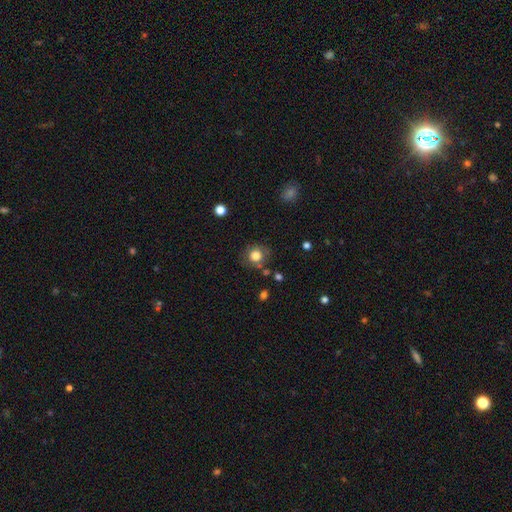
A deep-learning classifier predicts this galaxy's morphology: Smooth or featured?
  - smooth: 80% *
  - star or artifact: 11%
  - featured or disk: 9%
How rounded?
  - round: 87% *
  - in between: 12%
  - cigar-shaped: 1%
Merging?
  - none: 74% *
  - minor disturbance: 15%
  - major disturbance: 6%
  - merger: 5%